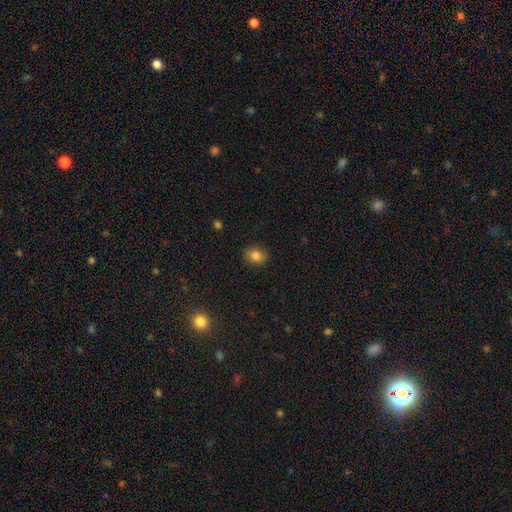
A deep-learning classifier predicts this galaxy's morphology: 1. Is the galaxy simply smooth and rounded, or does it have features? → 83% smooth, 11% star or artifact, 7% featured or disk.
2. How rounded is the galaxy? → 52% in between, 47% round, 1% cigar-shaped.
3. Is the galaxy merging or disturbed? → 87% none, 9% minor disturbance, 2% major disturbance, 1% merger.